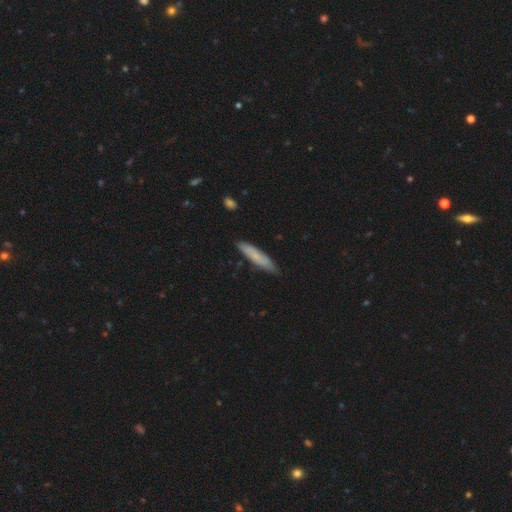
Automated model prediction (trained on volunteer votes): This is likely a smooth galaxy (70%). How rounded: clearly cigar-shaped (86%). Merging: clearly none (84%).